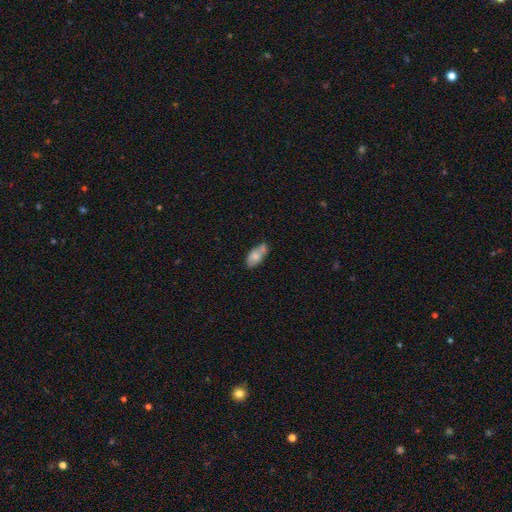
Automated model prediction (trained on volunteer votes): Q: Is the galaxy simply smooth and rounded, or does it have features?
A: smooth — 67%.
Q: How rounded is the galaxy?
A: in between — 89%.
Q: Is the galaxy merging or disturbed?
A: none — 44%.